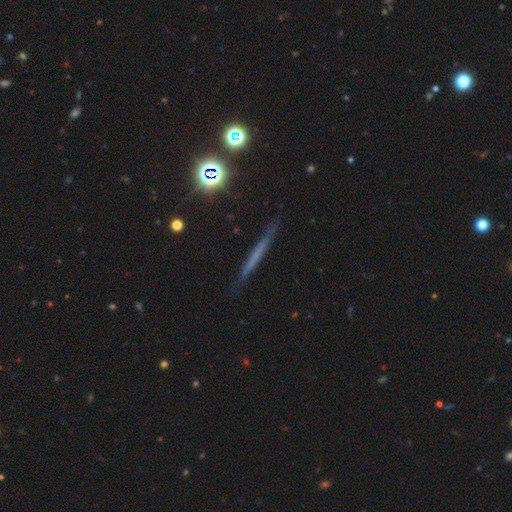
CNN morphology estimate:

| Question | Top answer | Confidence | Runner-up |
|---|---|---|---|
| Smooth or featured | featured or disk | 46% | smooth (39%) |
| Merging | none | 87% | minor disturbance (9%) |